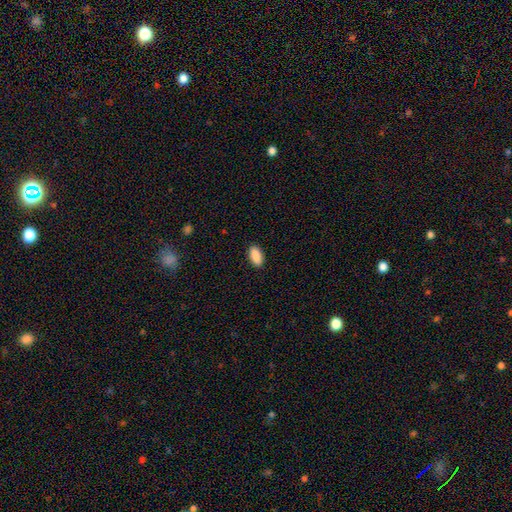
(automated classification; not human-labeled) Q: Smooth or featured?
A: smooth (90%); runner-up: star or artifact (7%)
Q: How rounded?
A: in between (91%); runner-up: cigar-shaped (7%)
Q: Merging?
A: none (89%); runner-up: minor disturbance (8%)